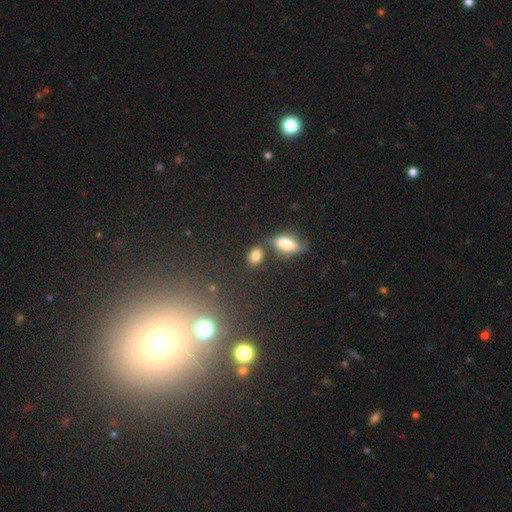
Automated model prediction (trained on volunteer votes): A smooth galaxy with no disk features (83%) that is in between round and cigar-shaped (80%). Merging: none (61%).